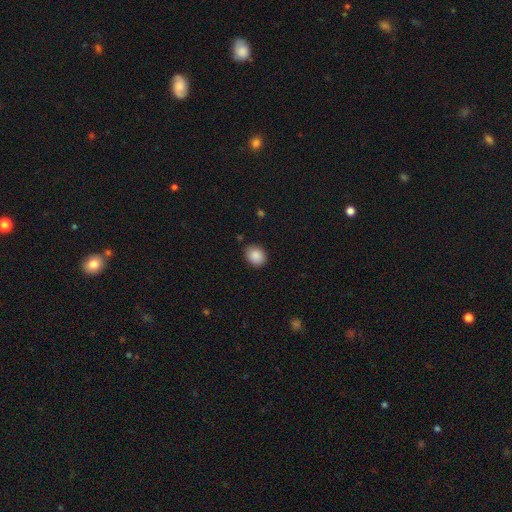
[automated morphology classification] smooth-or-featured: smooth: 89% | star or artifact: 8% | featured or disk: 3%
  how-rounded: round: 53% | in between: 46% | cigar-shaped: 1%
  merging: none: 86% | minor disturbance: 10% | major disturbance: 2% | merger: 1%